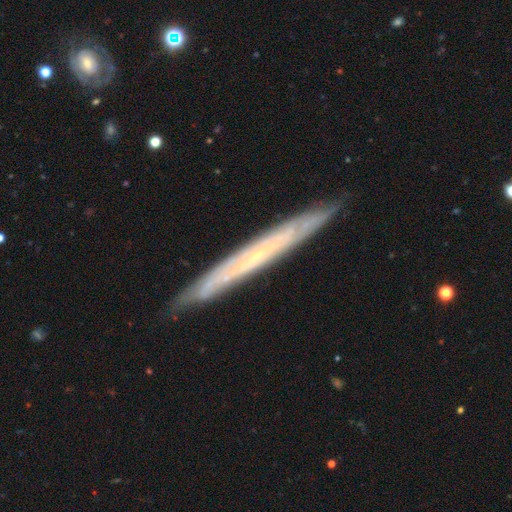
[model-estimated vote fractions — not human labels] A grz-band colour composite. It shows a featured or disk galaxy (70%) viewed edge-on (83%) with no central bulge (75%). Merging: none (87%).